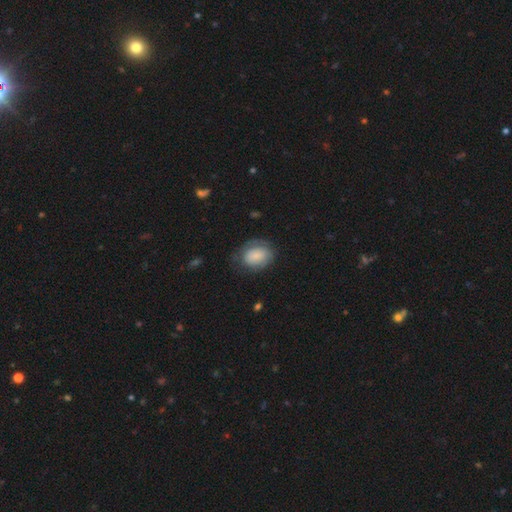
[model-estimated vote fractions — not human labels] Smooth or featured: smooth — 73% (featured or disk — 20%)
How rounded: in between — 61% (round — 38%)
Merging: none — 58% (minor disturbance — 26%)